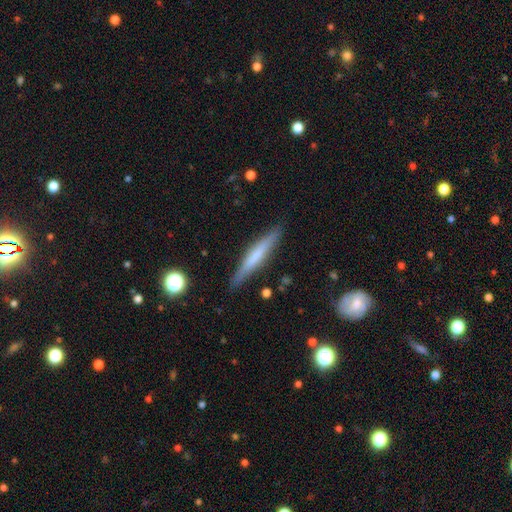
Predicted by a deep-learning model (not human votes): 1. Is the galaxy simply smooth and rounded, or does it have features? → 49% smooth, 45% featured or disk, 6% star or artifact.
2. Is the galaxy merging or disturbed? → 88% none, 9% minor disturbance, 2% major disturbance, 1% merger.